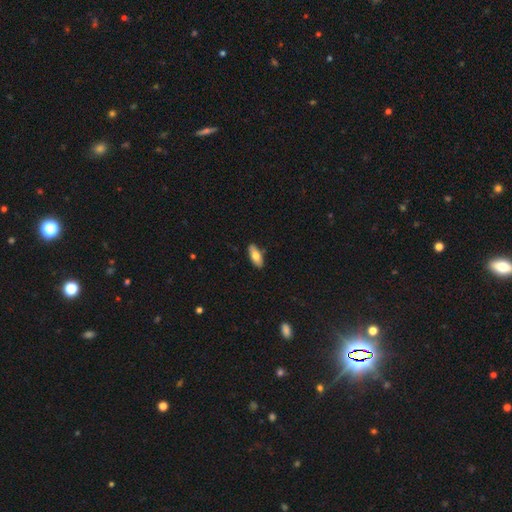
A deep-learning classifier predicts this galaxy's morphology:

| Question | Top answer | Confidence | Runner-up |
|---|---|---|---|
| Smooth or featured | smooth | 73% | featured or disk (21%) |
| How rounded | in between | 78% | cigar-shaped (19%) |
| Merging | none | 86% | minor disturbance (11%) |